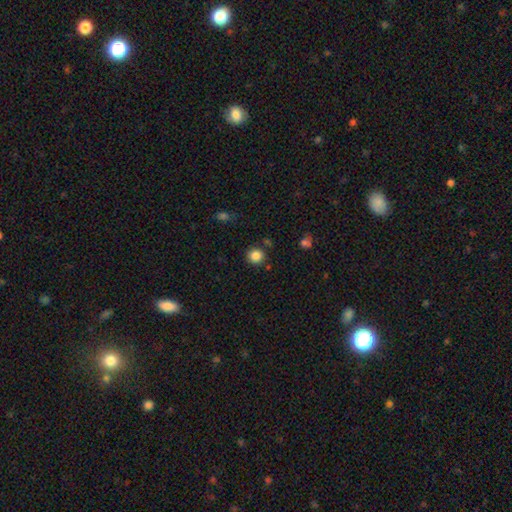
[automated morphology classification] This appears to be a smooth galaxy with no disk features (85%) that is round (89%). Merging: none (85%).